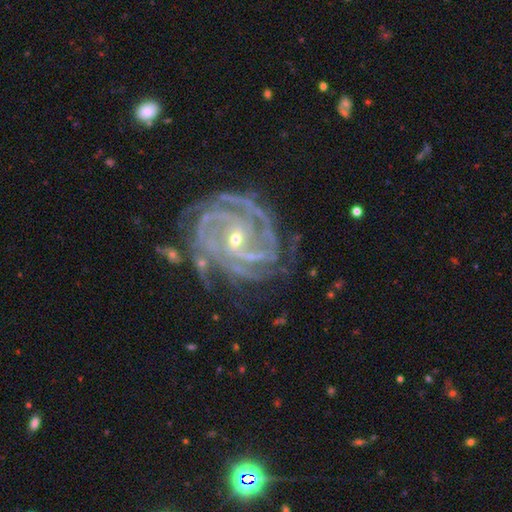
Q: Smooth or featured?
A: featured or disk (90%); runner-up: smooth (8%)
Q: Edge-on disk?
A: no (100%)
Q: Bar?
A: no (43%); runner-up: weak (31%)
Q: Spiral arms?
A: yes (94%); runner-up: no (6%)
Q: Spiral winding?
A: tight (82%); runner-up: medium (18%)
Q: Spiral arm count?
A: 3 (27%); tied with: 4 (27%)
Q: Bulge size?
A: small (57%); runner-up: moderate (31%)
Q: Merging?
A: none (63%); runner-up: minor disturbance (21%)